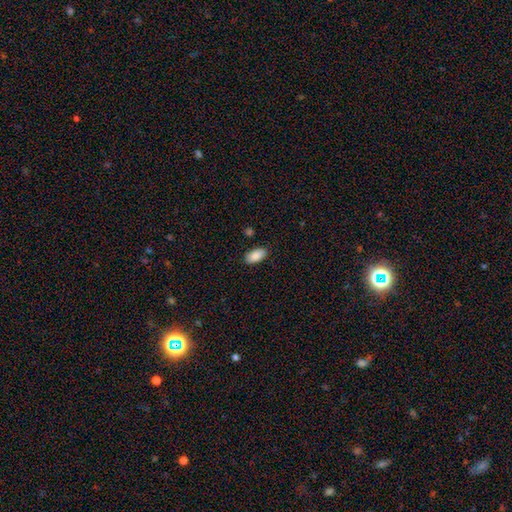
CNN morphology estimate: This is clearly a smooth galaxy (88%). How rounded: clearly in between (94%). Merging: clearly none (86%).